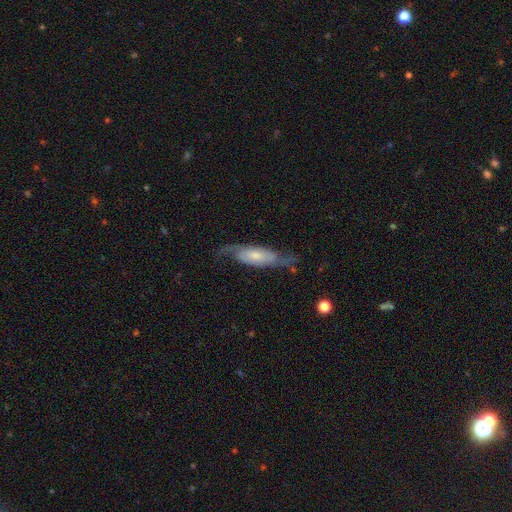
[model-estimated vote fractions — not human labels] The model was most divided on "spiral winding": medium: 41%, loose: 39%, tight: 20%. Remaining: spiral arms — yes (92%); spiral arm count — 2 (84%); edge-on disk — no (81%); smooth or featured — featured or disk (73%); merging — none (65%); bar — no (58%); bulge size — small (49%).